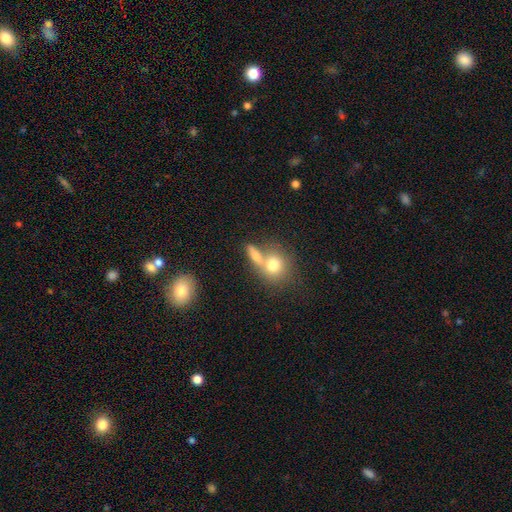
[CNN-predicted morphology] type=smooth (74%); roundness=in between (44%); merging=merger (43%).